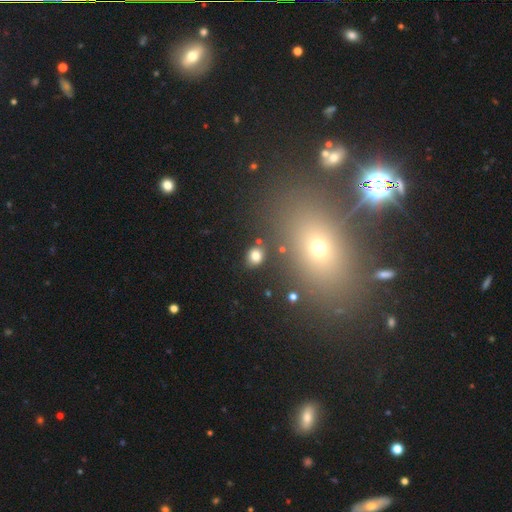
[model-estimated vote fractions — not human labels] smooth-or-featured: smooth: 80% | star or artifact: 13% | featured or disk: 7%
  how-rounded: round: 53% | in between: 45% | cigar-shaped: 2%
  merging: none: 85% | minor disturbance: 8% | merger: 4% | major disturbance: 3%